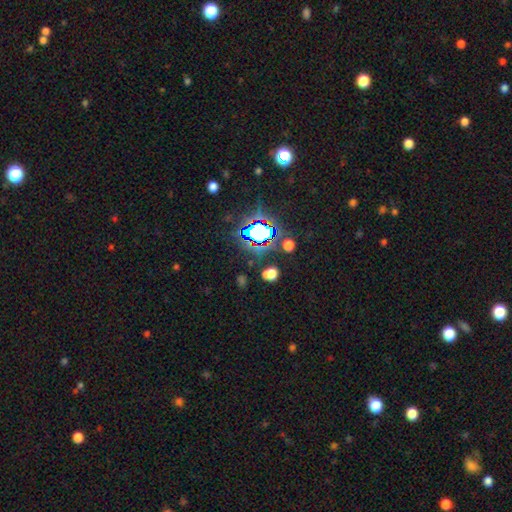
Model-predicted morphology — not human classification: Smooth or featured? star or artifact (83%)